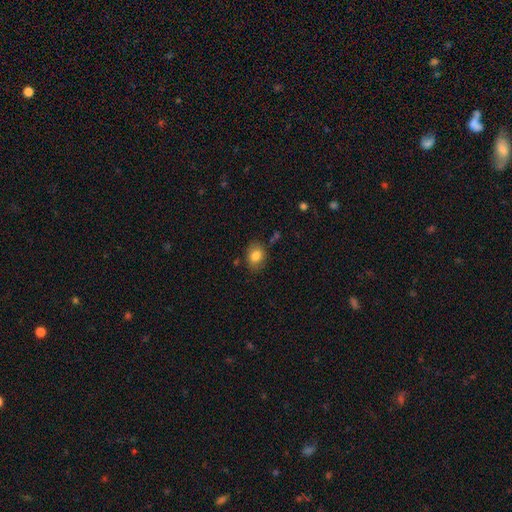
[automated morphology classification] smooth 83%, star or artifact 9%, featured or disk 8%. Down the decision tree: how rounded — in between (63%); merging — none (78%).